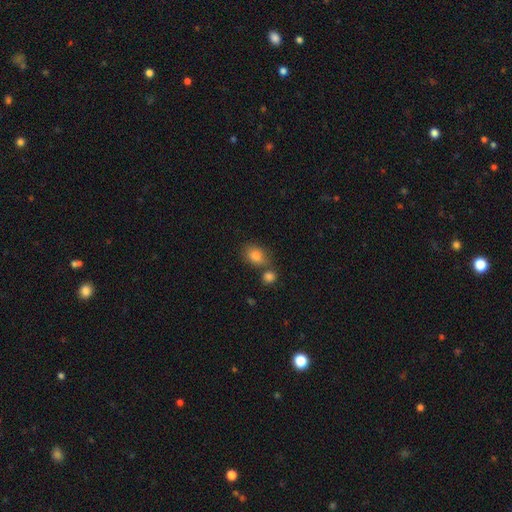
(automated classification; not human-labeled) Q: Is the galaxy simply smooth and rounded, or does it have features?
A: smooth — 82%.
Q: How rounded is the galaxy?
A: in between — 61%.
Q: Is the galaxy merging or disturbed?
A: none — 60%.